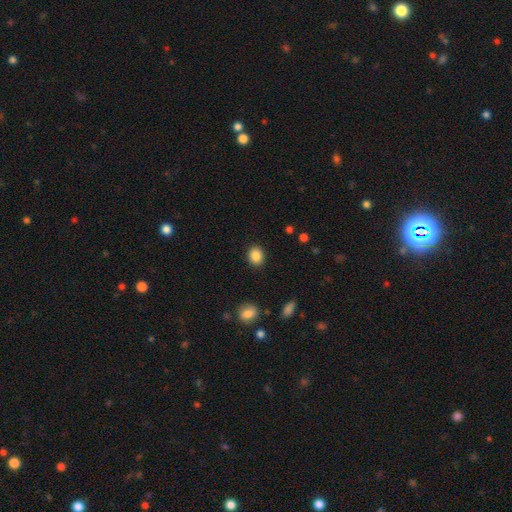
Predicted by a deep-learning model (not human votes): Smooth or featured: smooth — 87% (star or artifact — 9%)
How rounded: round — 66% (in between — 33%)
Merging: none — 90% (minor disturbance — 7%)